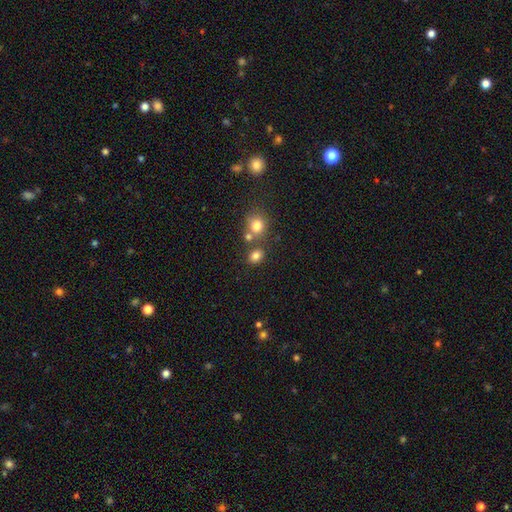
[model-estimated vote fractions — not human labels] Smooth or featured: smooth — 79% (star or artifact — 13%)
How rounded: in between — 50% (round — 48%)
Merging: none — 66% (merger — 20%)